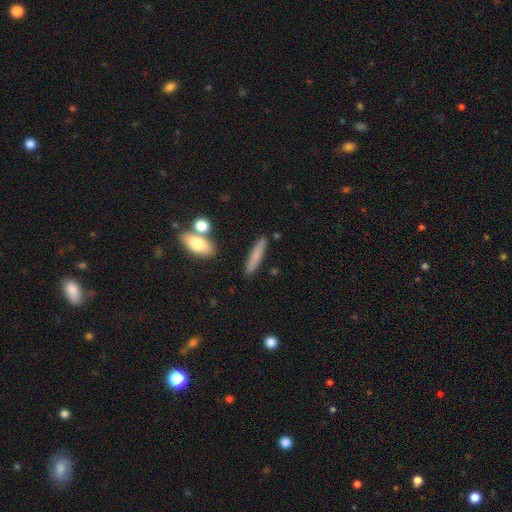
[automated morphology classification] type=smooth (76%); roundness=cigar-shaped (89%); merging=none (84%).